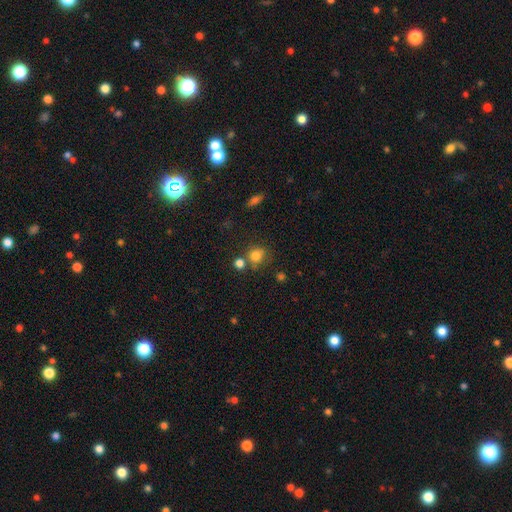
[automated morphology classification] Smooth or featured? Predicted: smooth (p=0.79). How rounded? Predicted: round (p=0.77). Merging? Predicted: none (p=0.58).